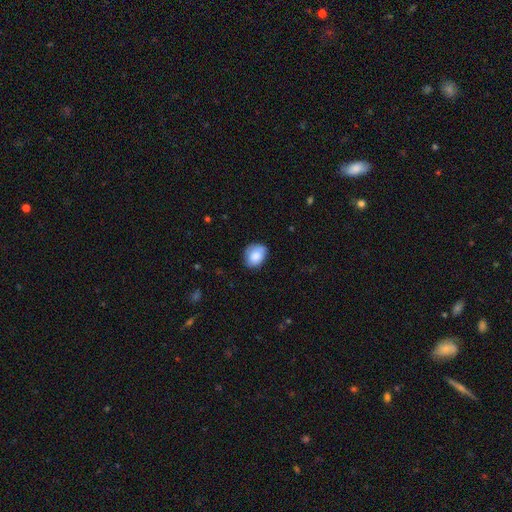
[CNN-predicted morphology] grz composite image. It shows a smooth galaxy with no disk features (82%) that is in between round and cigar-shaped (59%). Merging: none (70%).